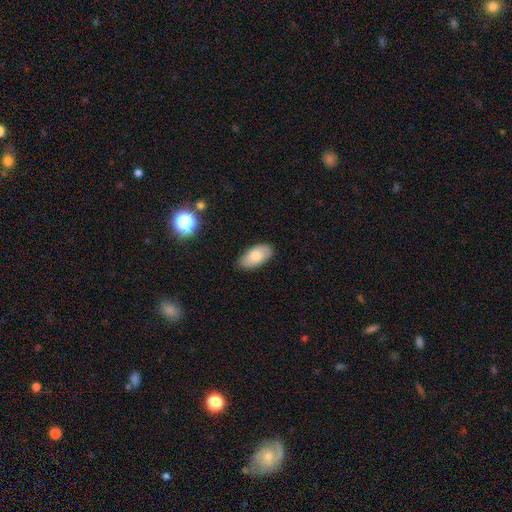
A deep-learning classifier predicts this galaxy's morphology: A smooth galaxy with no disk features (76%) that is in between round and cigar-shaped (95%).

Vote fractions:
- Smooth or featured? smooth: 76% / featured or disk: 17% / star or artifact: 7%
- How rounded? in between: 95% / round: 3% / cigar-shaped: 2%
- Merging? none: 83% / minor disturbance: 14% / major disturbance: 2% / merger: 1%